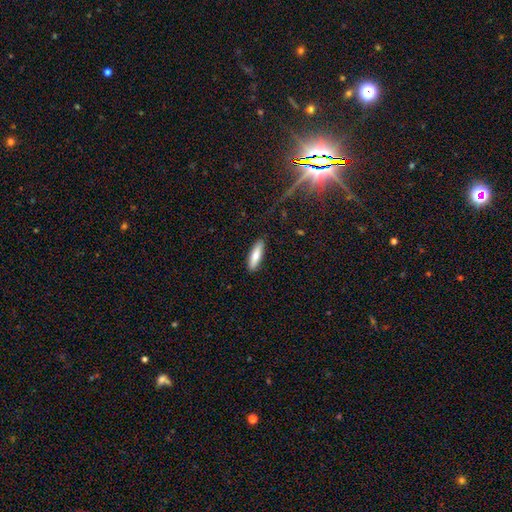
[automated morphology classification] Smooth or featured?
  - smooth: 77% *
  - featured or disk: 17%
  - star or artifact: 6%
How rounded?
  - cigar-shaped: 62% *
  - in between: 36%
  - round: 2%
Merging?
  - none: 89% *
  - minor disturbance: 8%
  - major disturbance: 2%
  - merger: 1%